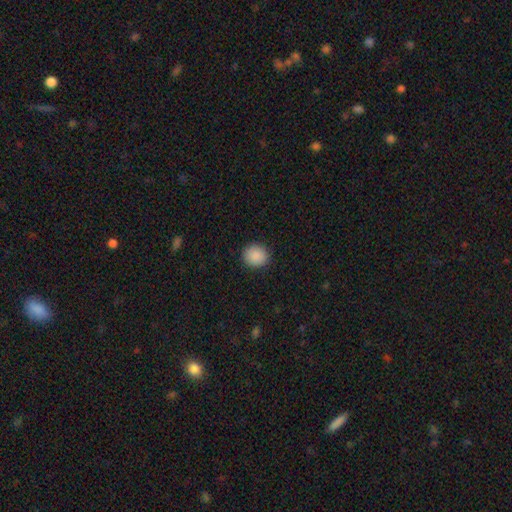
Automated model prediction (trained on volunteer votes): The model was most divided on "how rounded": round: 84%, in between: 16%, cigar-shaped: 1%. More confident: merging — none (91%); smooth or featured — smooth (89%).